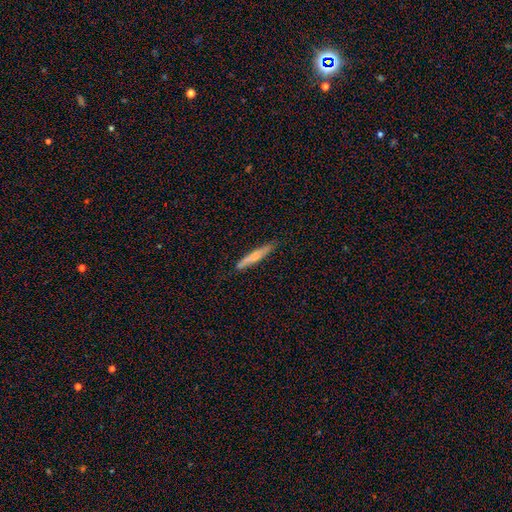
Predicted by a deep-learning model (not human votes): Smooth or featured? Predicted: smooth (p=0.69). How rounded? Predicted: cigar-shaped (p=0.94). Merging? Predicted: none (p=0.82).